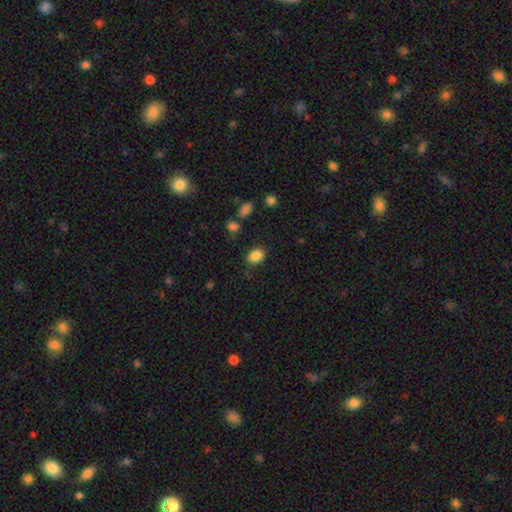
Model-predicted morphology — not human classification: This appears to be a smooth galaxy with no disk features (86%) that is in between round and cigar-shaped (67%). Merging: none (83%).